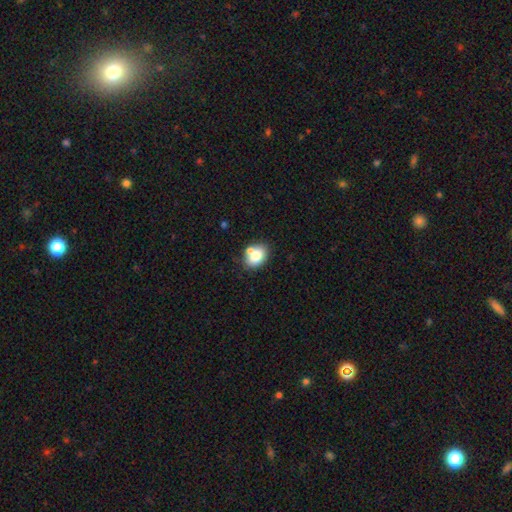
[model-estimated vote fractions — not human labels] A smooth galaxy with no disk features (78%) that is in between round and cigar-shaped (68%). Merging: none (61%).